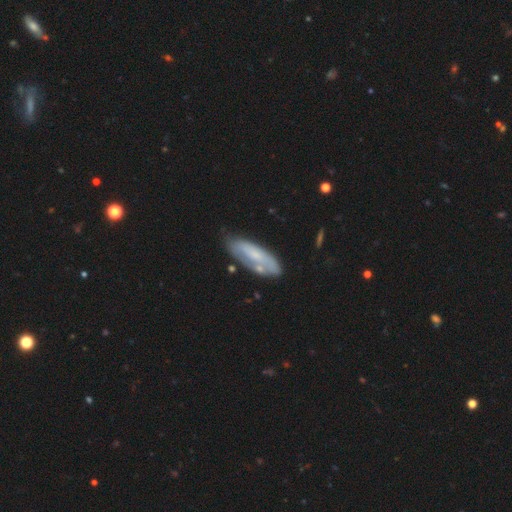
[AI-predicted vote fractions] This appears to be a smooth galaxy with no disk features (48%). Merging: none (62%).